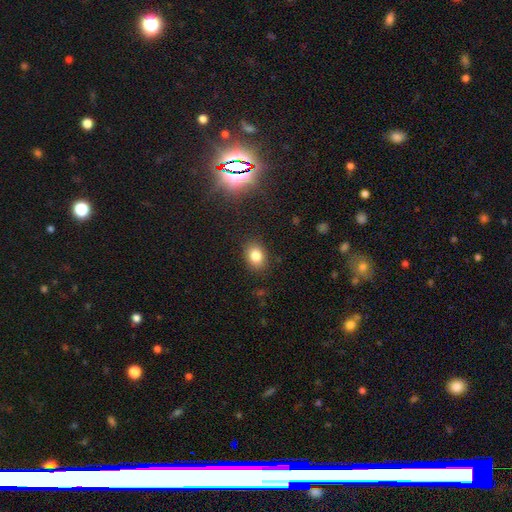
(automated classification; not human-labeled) smooth 82%, star or artifact 11%, featured or disk 7%. Down the decision tree: how rounded — in between (62%); merging — none (86%).